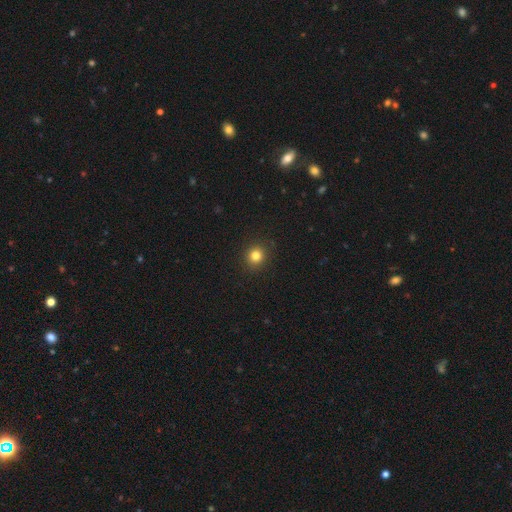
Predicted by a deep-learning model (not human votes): A smooth galaxy with no disk features (82%) that is round (90%).

Vote fractions:
- Smooth or featured? smooth: 82% / star or artifact: 13% / featured or disk: 5%
- How rounded? round: 90% / in between: 9% / cigar-shaped: 1%
- Merging? none: 91% / minor disturbance: 6% / major disturbance: 2% / merger: 1%